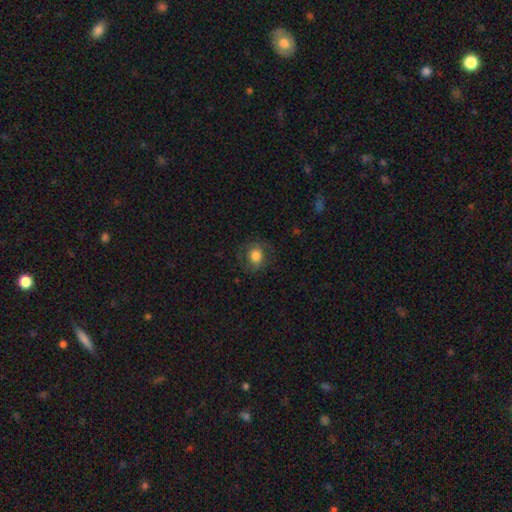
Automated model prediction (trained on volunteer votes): A smooth galaxy with no disk features (72%) that is round (70%).

Vote fractions:
- Smooth or featured? smooth: 72% / featured or disk: 18% / star or artifact: 9%
- How rounded? round: 70% / in between: 29% / cigar-shaped: 1%
- Merging? none: 72% / minor disturbance: 17% / major disturbance: 9% / merger: 1%